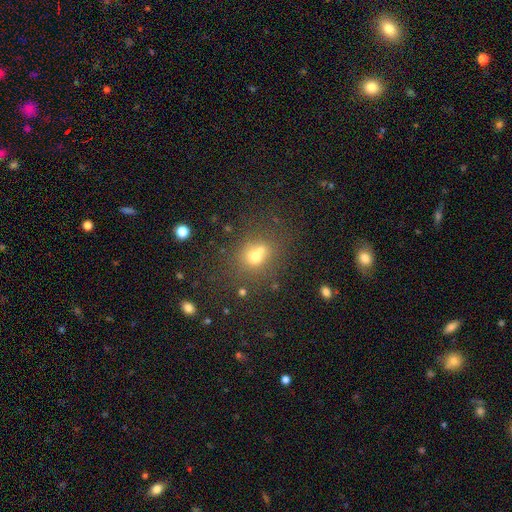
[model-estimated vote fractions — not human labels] Morphology: type=smooth (62%); roundness=round (63%); merging=merger (43%).